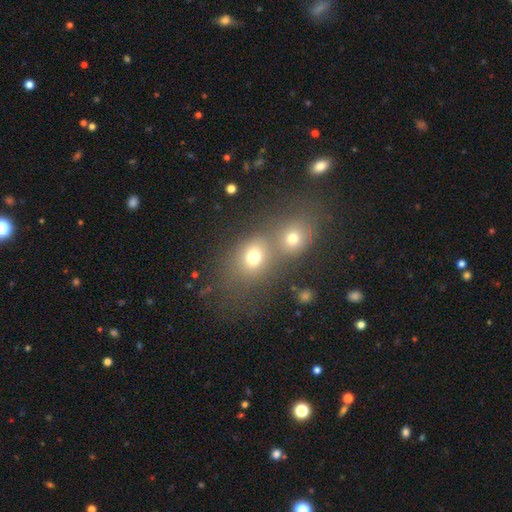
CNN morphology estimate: type=smooth (53%); roundness=round (62%); merging=merger (58%).